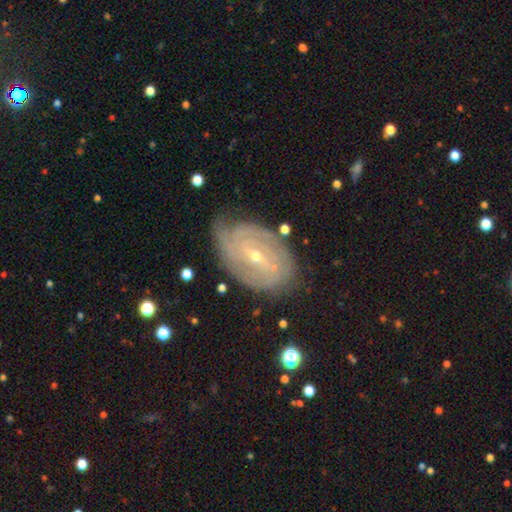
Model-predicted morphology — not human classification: A featured or disk galaxy (83%) with a weak bar (47%), tight (74%) spiral arms (93%) and a small central bulge (66%). Merging: none (68%).